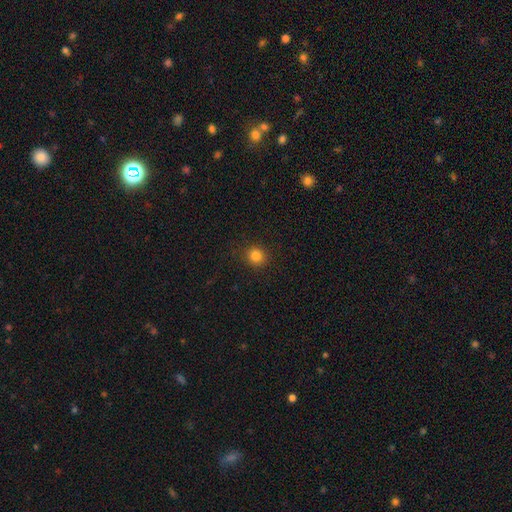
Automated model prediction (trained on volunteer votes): Q: Smooth or featured?
A: smooth (83%); runner-up: star or artifact (13%)
Q: How rounded?
A: round (84%); runner-up: in between (15%)
Q: Merging?
A: none (88%); runner-up: minor disturbance (8%)